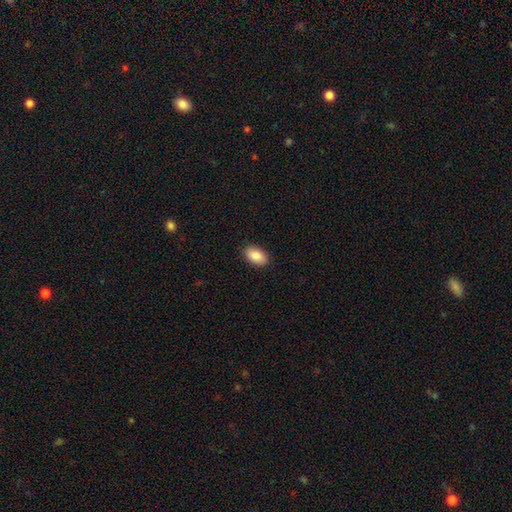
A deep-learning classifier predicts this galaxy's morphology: smooth 88%, star or artifact 7%, featured or disk 6%. Down the decision tree: how rounded — in between (93%); merging — none (90%).